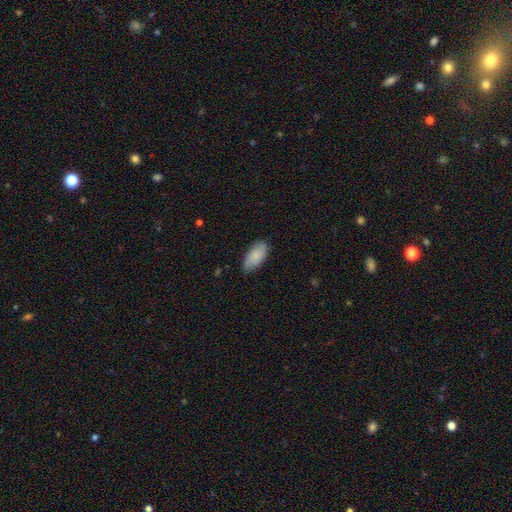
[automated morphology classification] A smooth galaxy with no disk features (77%) that is in between round and cigar-shaped (92%). Merging: none (77%).